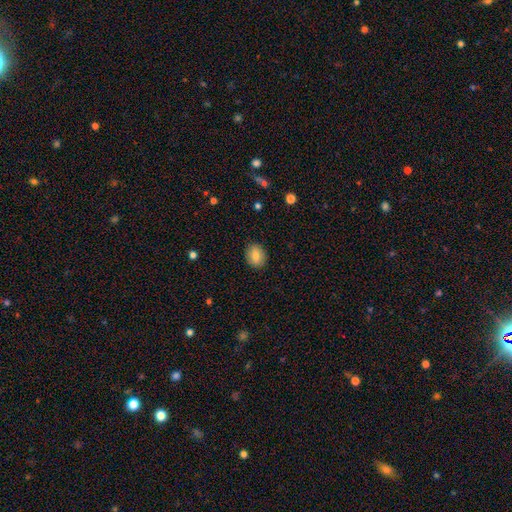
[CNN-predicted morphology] Smooth or featured?
  - smooth: 81% *
  - featured or disk: 12%
  - star or artifact: 8%
How rounded?
  - in between: 54% *
  - round: 44%
  - cigar-shaped: 1%
Merging?
  - none: 88% *
  - minor disturbance: 8%
  - major disturbance: 2%
  - merger: 1%